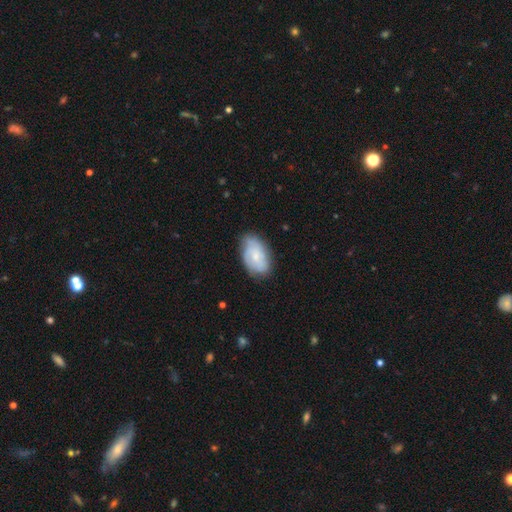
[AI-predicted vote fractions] This is possibly a featured or disk galaxy (49%). Merging: likely none (72%).